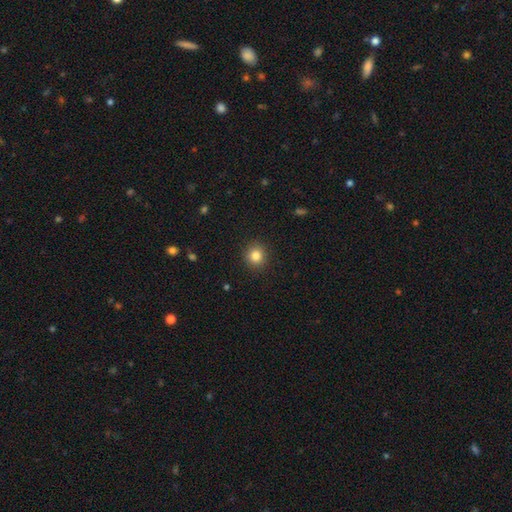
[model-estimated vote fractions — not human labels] smooth 83%, star or artifact 11%, featured or disk 6%. Down the decision tree: how rounded — round (90%); merging — none (91%).